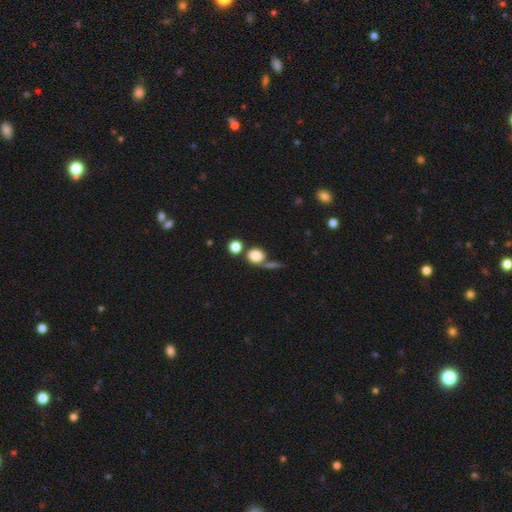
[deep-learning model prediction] smooth-or-featured: smooth: 82% | star or artifact: 10% | featured or disk: 8%
  how-rounded: round: 72% | in between: 26% | cigar-shaped: 2%
  merging: none: 53% | merger: 28% | minor disturbance: 12% | major disturbance: 7%